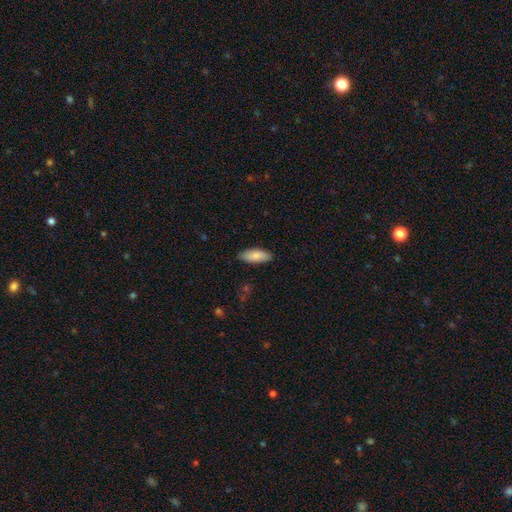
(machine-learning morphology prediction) Smooth or featured? Predicted: smooth (p=0.85). How rounded? Predicted: in between (p=0.78). Merging? Predicted: none (p=0.86).